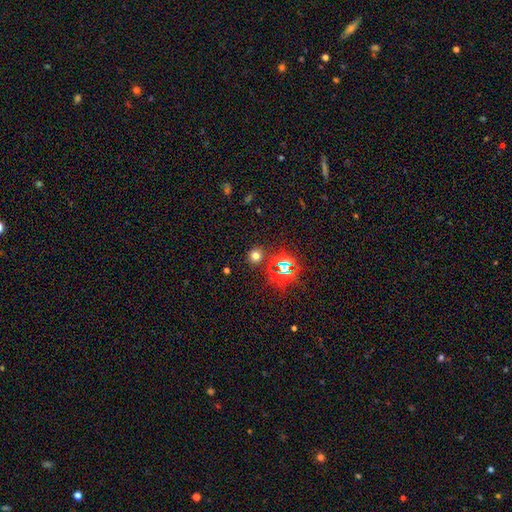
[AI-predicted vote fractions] Overall: smooth (62%; star or artifact 30%). How rounded: round (87%). Merging: none (86%).